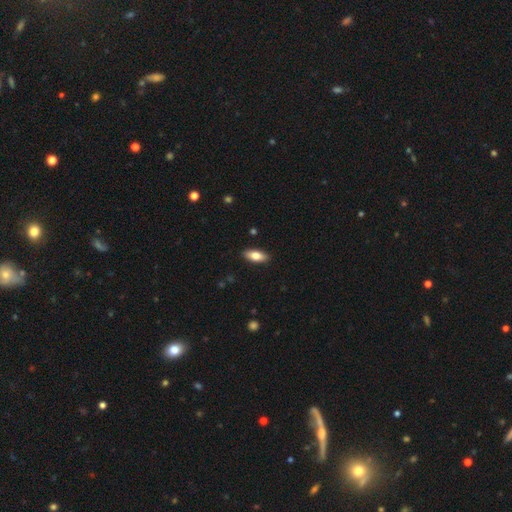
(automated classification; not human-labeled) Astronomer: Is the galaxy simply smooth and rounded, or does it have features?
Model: smooth — 76%.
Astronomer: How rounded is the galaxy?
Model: in between — 81%.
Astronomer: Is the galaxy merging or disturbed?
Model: none — 89%.